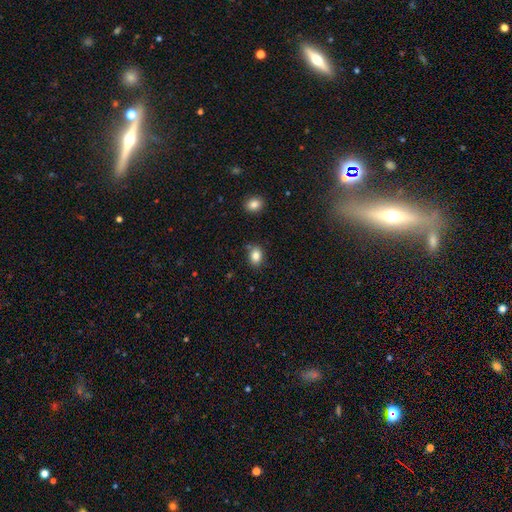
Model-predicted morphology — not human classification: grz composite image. It shows a smooth galaxy with no disk features (85%) that is in between round and cigar-shaped (65%). Merging: none (76%).